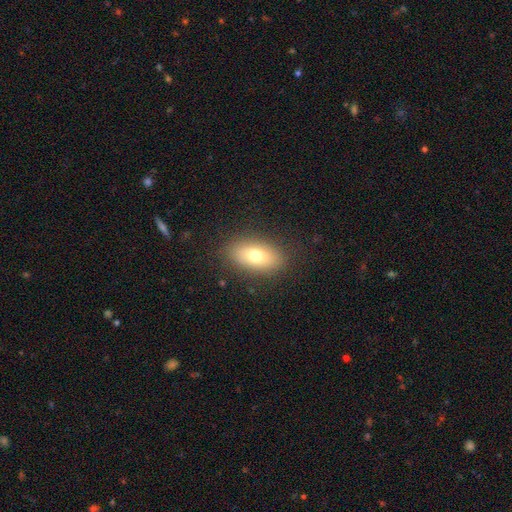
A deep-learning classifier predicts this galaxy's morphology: A smooth galaxy with no disk features (73%) that is in between round and cigar-shaped (88%).

Vote fractions:
- Smooth or featured? smooth: 73% / featured or disk: 19% / star or artifact: 9%
- How rounded? in between: 88% / round: 7% / cigar-shaped: 5%
- Merging? none: 85% / minor disturbance: 10% / major disturbance: 3% / merger: 1%